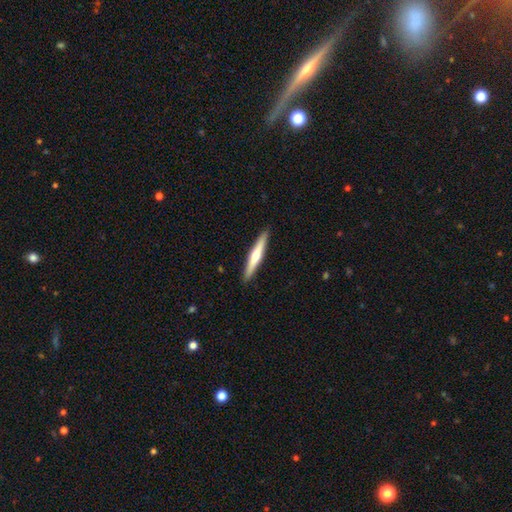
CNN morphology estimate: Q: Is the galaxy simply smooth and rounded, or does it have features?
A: featured or disk — 54%.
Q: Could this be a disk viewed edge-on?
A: yes — 97%.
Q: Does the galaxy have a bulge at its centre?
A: rounded — 82%.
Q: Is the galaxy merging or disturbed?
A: none — 92%.